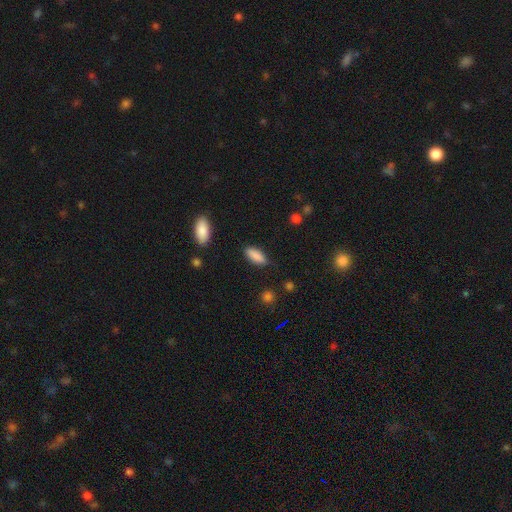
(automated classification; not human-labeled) This is clearly a smooth galaxy (88%). How rounded: likely in between (76%). Merging: clearly none (82%).